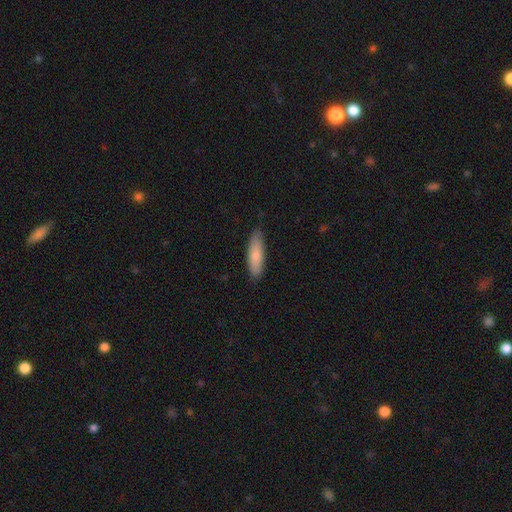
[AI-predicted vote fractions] A smooth galaxy with no disk features (82%) that is cigar-shaped (62%).

Vote fractions:
- Smooth or featured? smooth: 82% / featured or disk: 13% / star or artifact: 5%
- How rounded? cigar-shaped: 62% / in between: 36% / round: 2%
- Merging? none: 85% / minor disturbance: 12% / major disturbance: 2% / merger: 1%